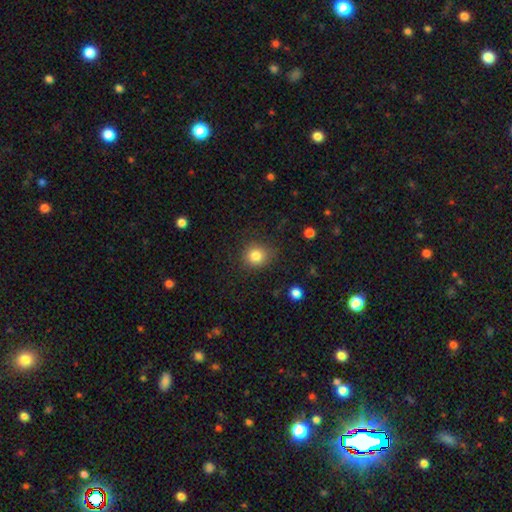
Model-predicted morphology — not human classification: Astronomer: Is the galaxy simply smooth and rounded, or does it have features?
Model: smooth — 82%.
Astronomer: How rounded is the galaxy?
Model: round — 86%.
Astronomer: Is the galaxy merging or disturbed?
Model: none — 82%.